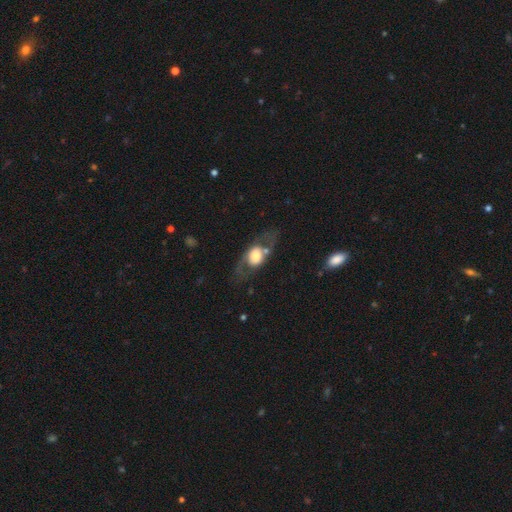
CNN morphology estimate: This is possibly a featured or disk galaxy (54%). It is likely not viewed edge-on (78%). Merging: likely none (62%).